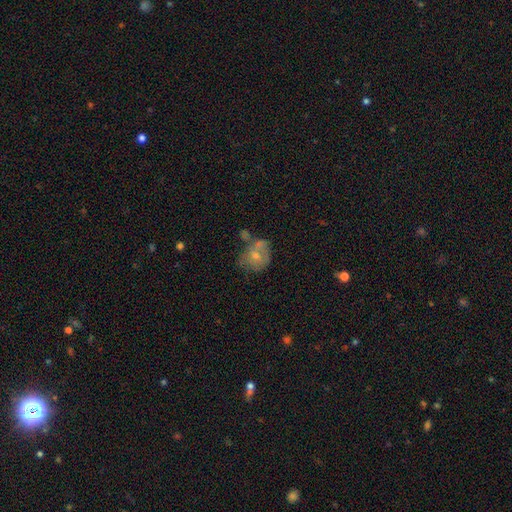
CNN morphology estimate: smooth_or_featured: smooth (p=0.43) [tied with: featured or disk p=0.43]
merging: none (p=0.45) [alt: minor disturbance p=0.22]